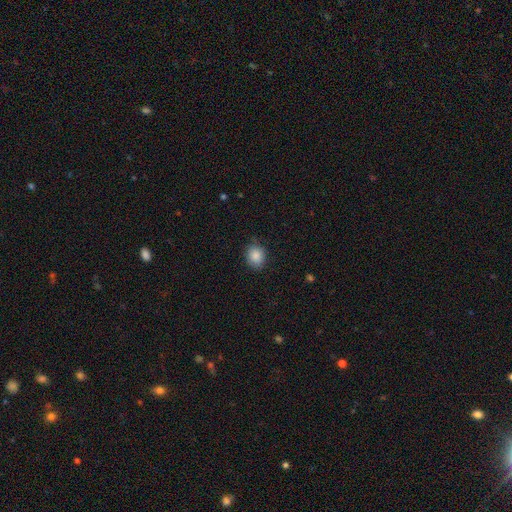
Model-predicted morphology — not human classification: type=smooth (87%); roundness=round (60%); merging=none (80%).